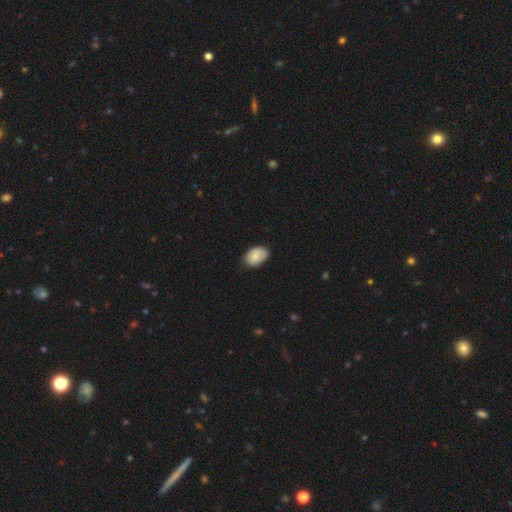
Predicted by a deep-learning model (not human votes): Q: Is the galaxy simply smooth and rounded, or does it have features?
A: smooth — 82%.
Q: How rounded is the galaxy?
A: in between — 83%.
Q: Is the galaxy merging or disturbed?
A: none — 77%.